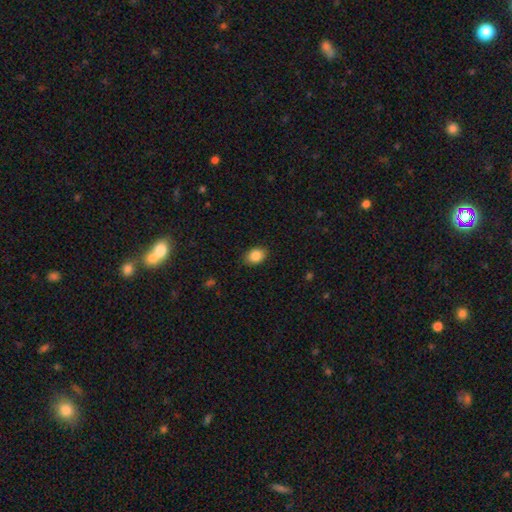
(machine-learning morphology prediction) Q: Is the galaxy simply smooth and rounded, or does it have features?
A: smooth — 87%.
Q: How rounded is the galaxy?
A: in between — 68%.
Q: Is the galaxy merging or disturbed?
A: none — 85%.